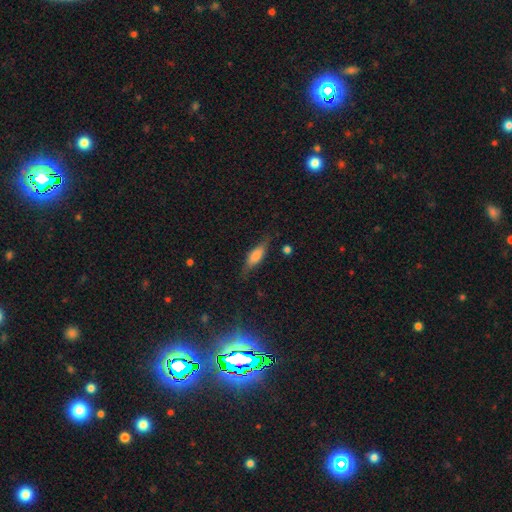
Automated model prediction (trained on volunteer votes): A smooth galaxy with no disk features (63%) that is in between round and cigar-shaped (56%).

Vote fractions:
- Smooth or featured? smooth: 63% / featured or disk: 29% / star or artifact: 8%
- How rounded? in between: 56% / cigar-shaped: 41% / round: 3%
- Merging? none: 68% / minor disturbance: 23% / major disturbance: 7% / merger: 2%